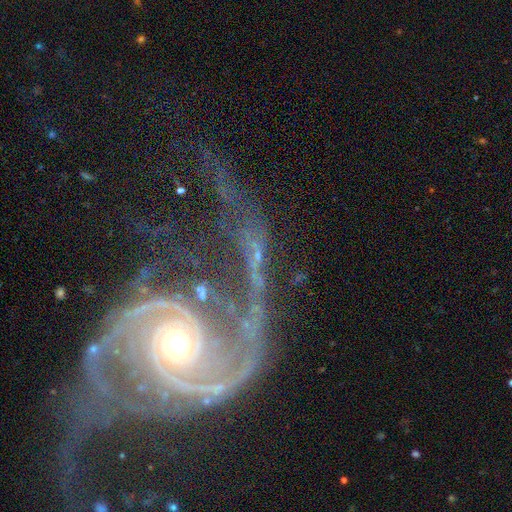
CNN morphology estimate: Overall: featured or disk (90%). Edge-on disk: no (97%). Bar: no (66%). Spiral arms: yes (96%). Spiral arm count: 2 (64%). Spiral winding: tight (42%; medium 40%). Bulge size: moderate (64%; small 25%). Merging: none (45%; major disturbance 31%).